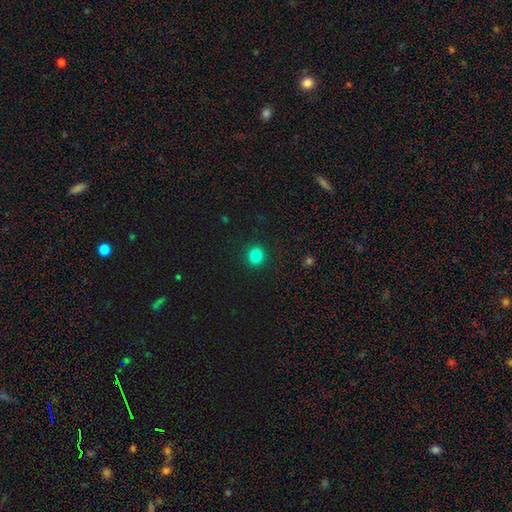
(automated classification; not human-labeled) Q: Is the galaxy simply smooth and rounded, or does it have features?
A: smooth — 83%.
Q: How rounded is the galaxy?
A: round — 89%.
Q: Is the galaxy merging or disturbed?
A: none — 92%.